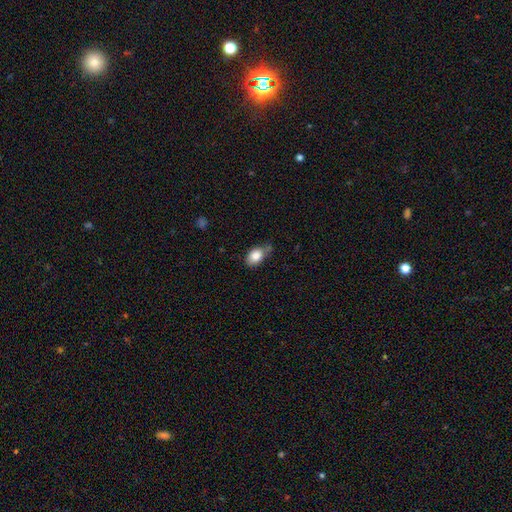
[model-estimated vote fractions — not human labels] Smooth or featured: smooth — 82% (featured or disk — 10%)
How rounded: in between — 84% (round — 14%)
Merging: none — 59% (minor disturbance — 28%)